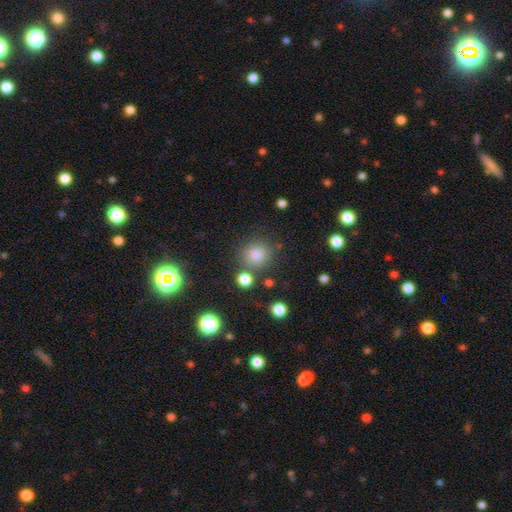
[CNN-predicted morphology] A smooth galaxy with no disk features (78%) that is round (88%).

Vote fractions:
- Smooth or featured? smooth: 78% / star or artifact: 16% / featured or disk: 6%
- How rounded? round: 88% / in between: 11% / cigar-shaped: 1%
- Merging? none: 80% / minor disturbance: 10% / merger: 7% / major disturbance: 4%